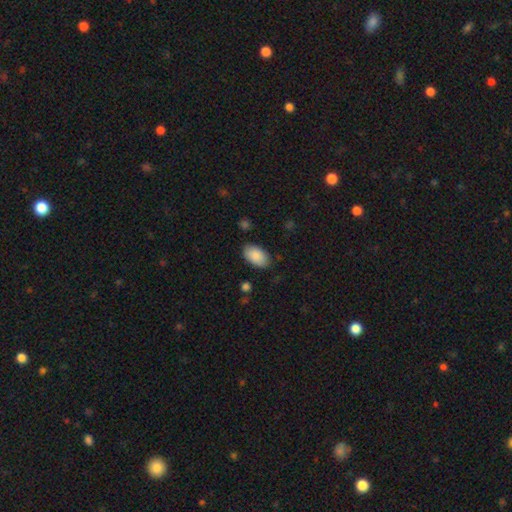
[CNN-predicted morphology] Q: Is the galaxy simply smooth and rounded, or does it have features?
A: smooth — 88%.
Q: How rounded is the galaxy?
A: in between — 95%.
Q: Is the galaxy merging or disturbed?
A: none — 83%.